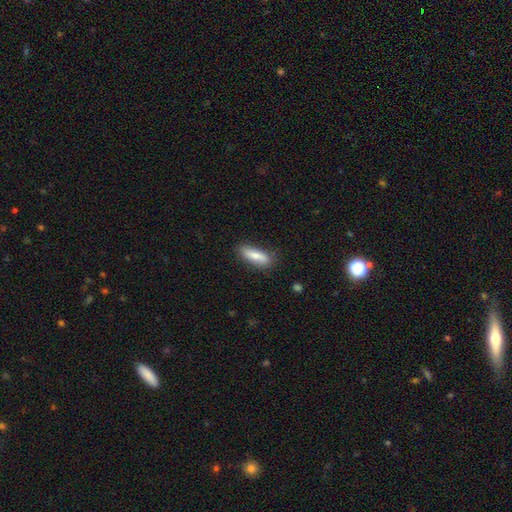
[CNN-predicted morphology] A smooth galaxy with no disk features (78%) that is cigar-shaped (51%).

Vote fractions:
- Smooth or featured? smooth: 78% / featured or disk: 16% / star or artifact: 6%
- How rounded? cigar-shaped: 51% / in between: 47% / round: 2%
- Merging? none: 81% / minor disturbance: 15% / major disturbance: 3% / merger: 1%